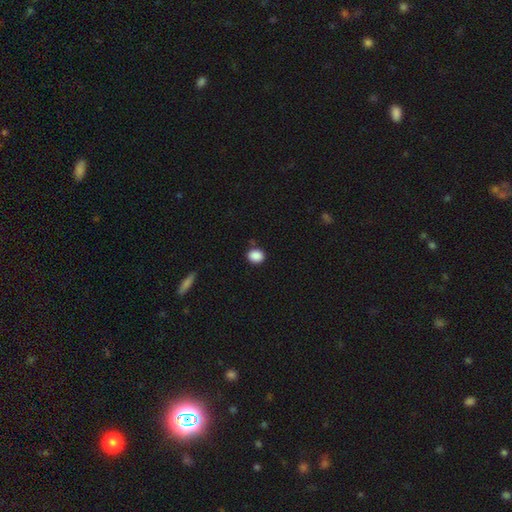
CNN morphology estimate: Smooth or featured: smooth — 89% (star or artifact — 9%)
How rounded: round — 56% (in between — 43%)
Merging: none — 81% (minor disturbance — 13%)